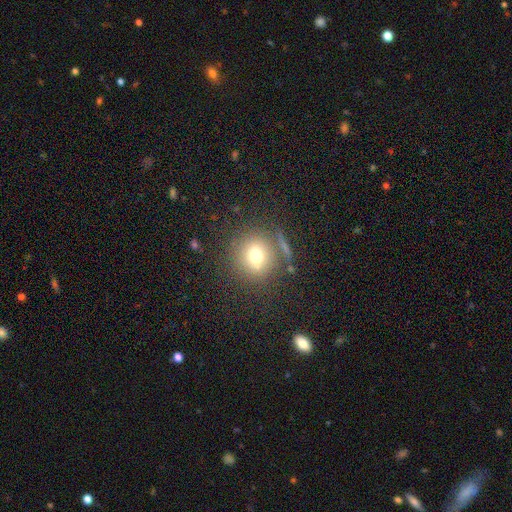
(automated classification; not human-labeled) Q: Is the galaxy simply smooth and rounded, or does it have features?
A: smooth — 69%.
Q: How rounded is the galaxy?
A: round — 85%.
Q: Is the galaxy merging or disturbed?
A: none — 76%.